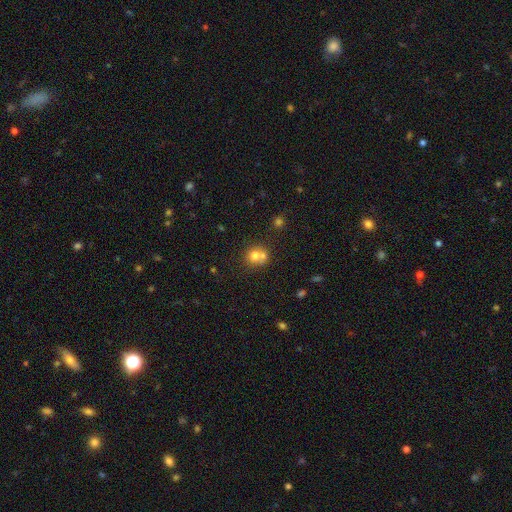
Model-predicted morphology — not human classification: This appears to be a smooth galaxy with no disk features (71%) that is round (78%). Merging: merger (53%).